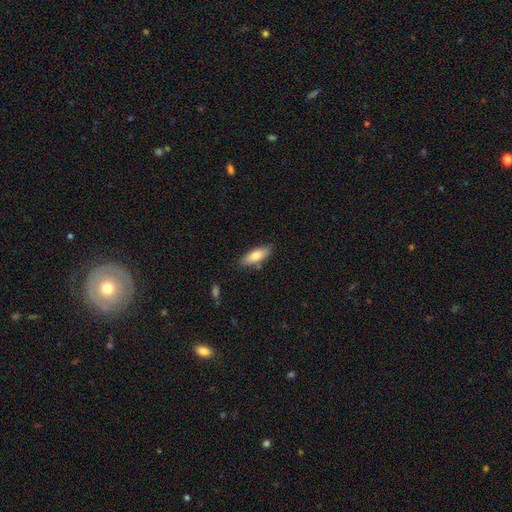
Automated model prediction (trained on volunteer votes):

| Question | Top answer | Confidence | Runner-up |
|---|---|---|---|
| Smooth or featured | smooth | 76% | featured or disk (18%) |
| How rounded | in between | 68% | cigar-shaped (30%) |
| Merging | none | 83% | minor disturbance (13%) |